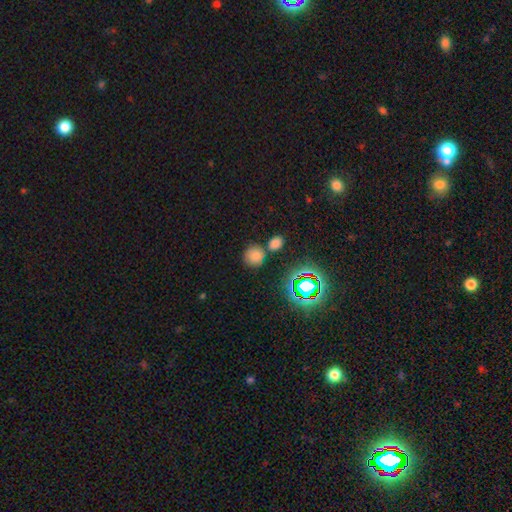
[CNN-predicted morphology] A smooth galaxy with no disk features (73%) that is round (86%).

Vote fractions:
- Smooth or featured? smooth: 73% / star or artifact: 20% / featured or disk: 7%
- How rounded? round: 86% / in between: 12% / cigar-shaped: 1%
- Merging? none: 69% / merger: 18% / minor disturbance: 10% / major disturbance: 4%